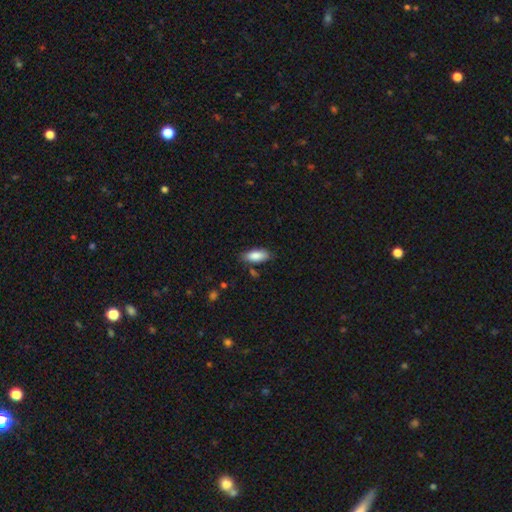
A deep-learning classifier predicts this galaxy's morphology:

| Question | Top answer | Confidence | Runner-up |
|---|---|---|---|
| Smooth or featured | smooth | 87% | featured or disk (7%) |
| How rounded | in between | 85% | cigar-shaped (13%) |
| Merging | none | 80% | minor disturbance (14%) |